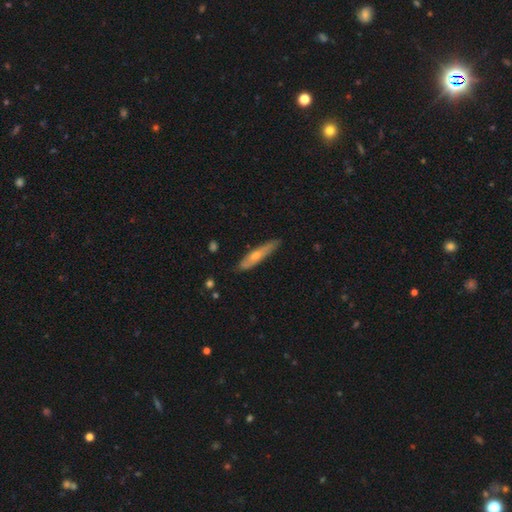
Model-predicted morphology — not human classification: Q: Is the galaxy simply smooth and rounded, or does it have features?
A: featured or disk — 49%.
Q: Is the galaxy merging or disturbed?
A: none — 83%.